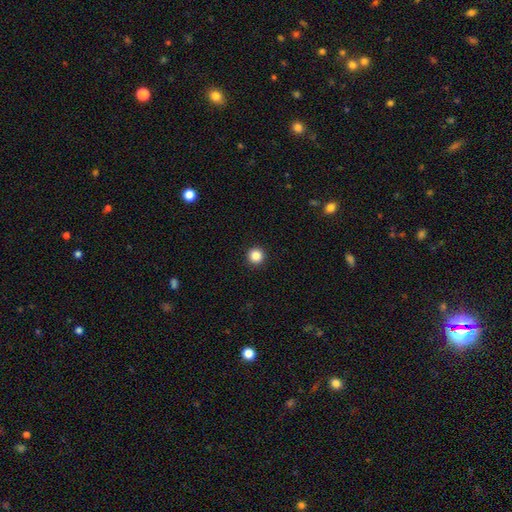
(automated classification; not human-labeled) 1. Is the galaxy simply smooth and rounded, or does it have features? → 86% smooth, 11% star or artifact, 3% featured or disk.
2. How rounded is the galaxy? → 96% round, 3% in between, 1% cigar-shaped.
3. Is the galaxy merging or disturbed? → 94% none, 4% minor disturbance, 1% major disturbance, 1% merger.